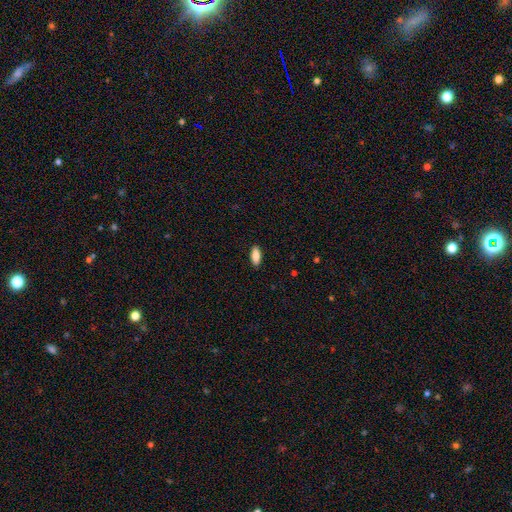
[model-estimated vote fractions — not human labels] This is clearly a smooth galaxy (87%). How rounded: likely in between (79%). Merging: clearly none (90%).